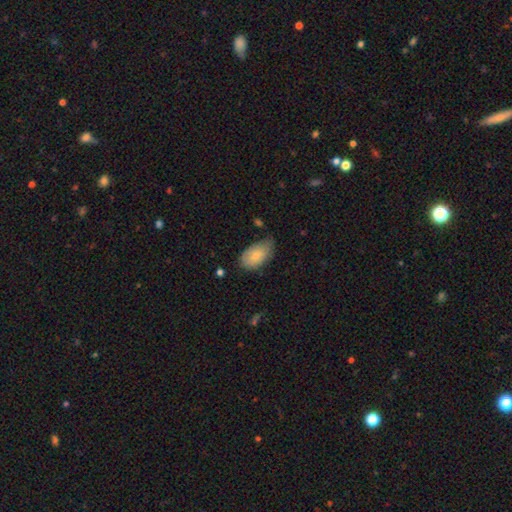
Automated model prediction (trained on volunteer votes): smooth-or-featured: smooth: 79% | featured or disk: 15% | star or artifact: 6%
  how-rounded: in between: 94% | round: 5% | cigar-shaped: 2%
  merging: none: 53% | minor disturbance: 37% | major disturbance: 8% | merger: 2%